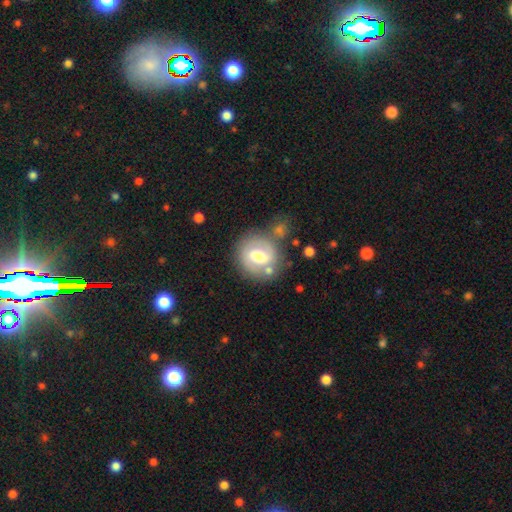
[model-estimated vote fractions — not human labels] Smooth or featured? Predicted: featured or disk (p=0.55). Edge-on disk? Predicted: no (p=0.96). Bar? Predicted: weak (p=0.51). Spiral arms? Predicted: yes (p=0.70). Bulge size? Predicted: moderate (p=0.69). Merging? Predicted: none (p=0.69).